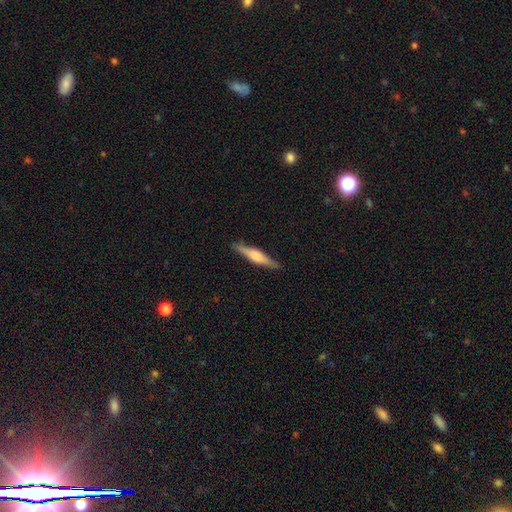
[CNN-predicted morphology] A featured or disk galaxy (56%) viewed edge-on (97%) with a rounded central bulge (59%).

Vote fractions:
- Smooth or featured? featured or disk: 56% / smooth: 38% / star or artifact: 6%
- Edge-on disk? yes: 97% / no: 3%
- Edge-on bulge? rounded: 59% / boxy: 33% / none: 9%
- Merging? none: 89% / minor disturbance: 8% / major disturbance: 2% / merger: 1%